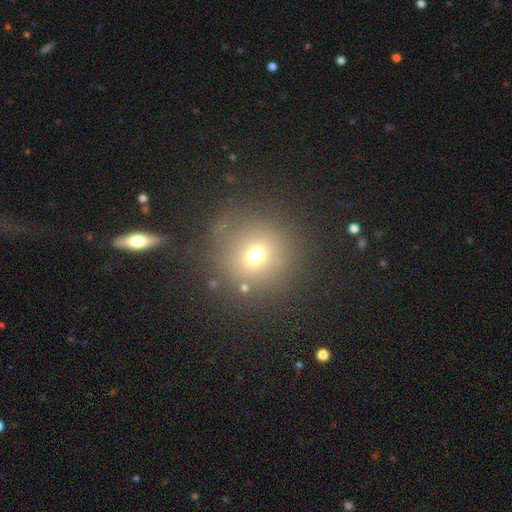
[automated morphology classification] smooth-or-featured: smooth: 66% | star or artifact: 20% | featured or disk: 14%
  how-rounded: round: 88% | in between: 11% | cigar-shaped: 1%
  merging: none: 77% | minor disturbance: 12% | major disturbance: 7% | merger: 3%